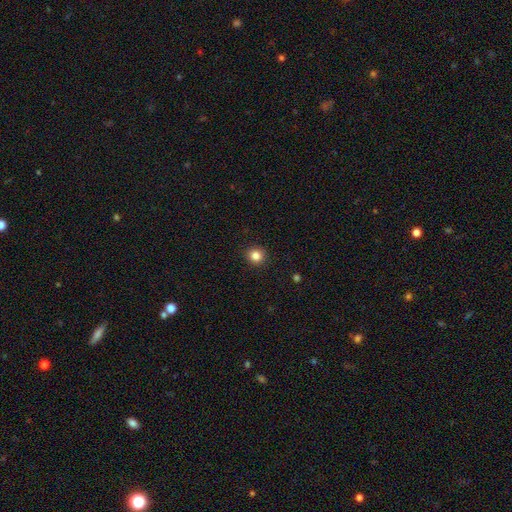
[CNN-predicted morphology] The model was most divided on "smooth or featured": smooth: 84%, star or artifact: 12%, featured or disk: 4%. More confident: merging — none (93%); how rounded — round (92%).